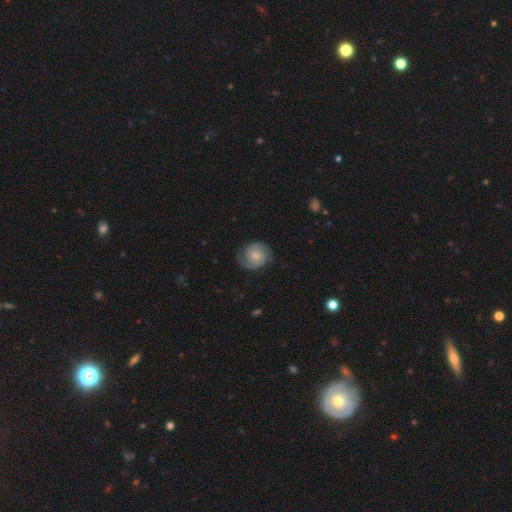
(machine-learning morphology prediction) type=featured or disk (73%); edge-on=no (98%); bar=no (75%); spiral arms=yes (95%); winding=tight (58%); arm count=2 (85%); bulge=moderate (45%); merging=none (78%).